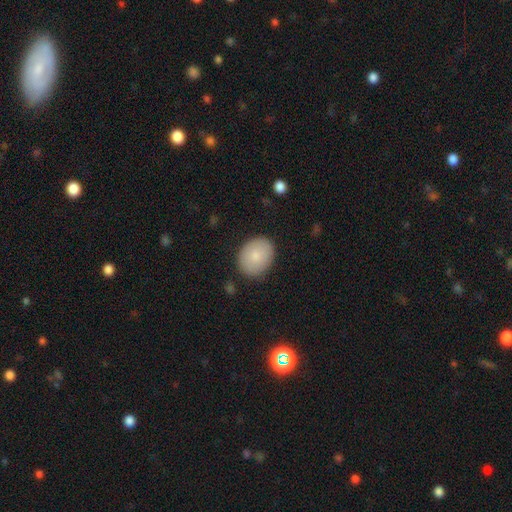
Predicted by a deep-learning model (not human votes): smooth 82%, featured or disk 11%, star or artifact 7%. Down the decision tree: how rounded — in between (62%); merging — none (84%).